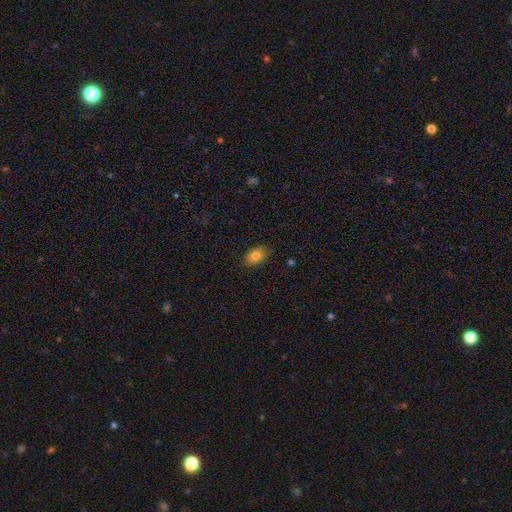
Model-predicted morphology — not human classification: Q: Smooth or featured?
A: smooth (82%); runner-up: featured or disk (9%)
Q: How rounded?
A: in between (88%); runner-up: round (11%)
Q: Merging?
A: none (83%); runner-up: minor disturbance (13%)